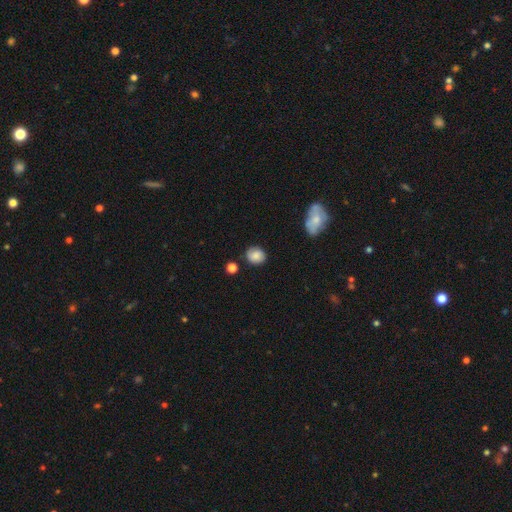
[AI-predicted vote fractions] This is clearly a smooth galaxy (80%). How rounded: likely round (68%). Merging: likely none (78%).